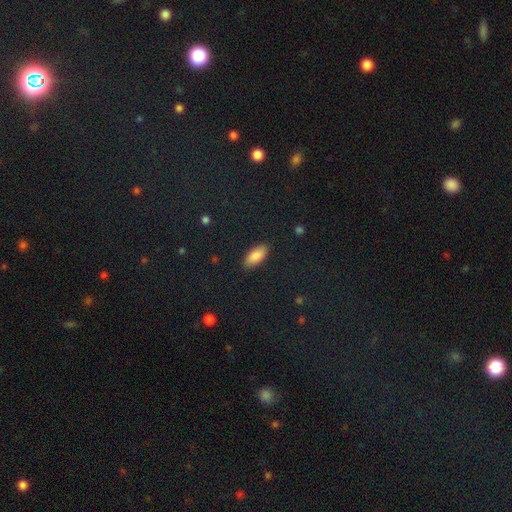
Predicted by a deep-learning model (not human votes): The model was most divided on "smooth or featured": smooth: 85%, star or artifact: 8%, featured or disk: 6%. More confident: how rounded — in between (89%); merging — none (88%).